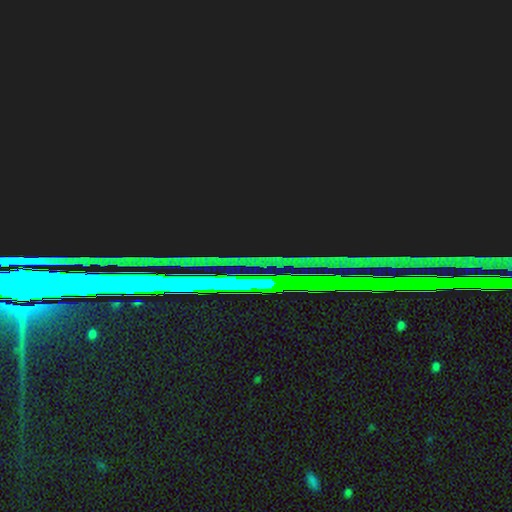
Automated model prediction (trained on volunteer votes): Morphology: type=star or artifact (83%).